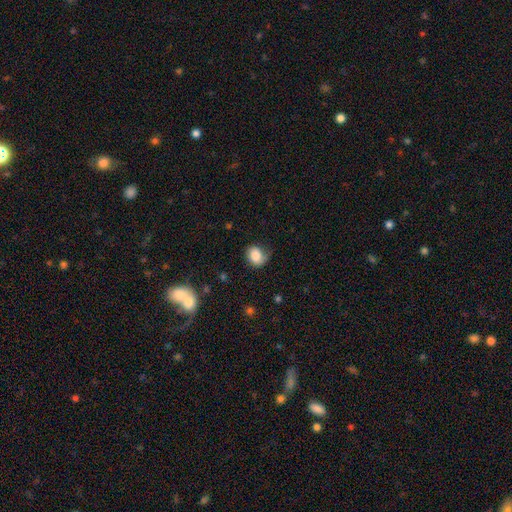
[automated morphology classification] The model was most divided on "how rounded": round: 58%, in between: 41%, cigar-shaped: 1%. More confident: smooth or featured — smooth (74%); merging — none (53%).